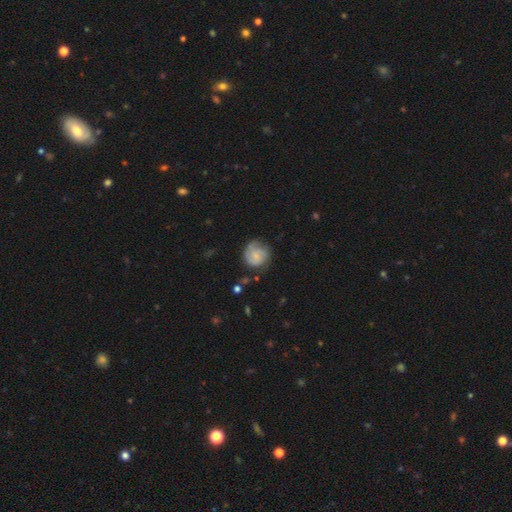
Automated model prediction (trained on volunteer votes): Smooth or featured? Predicted: featured or disk (p=0.49). Merging? Predicted: none (p=0.67).